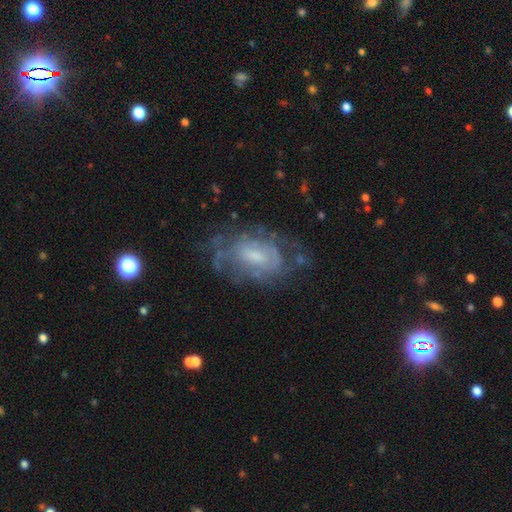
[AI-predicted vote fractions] Overall: featured or disk (71%). Edge-on disk: no (95%). Bar: no (49%; weak 43%). Spiral arms: yes (72%). Bulge size: small (42%; moderate 37%). Merging: none (59%; minor disturbance 22%).